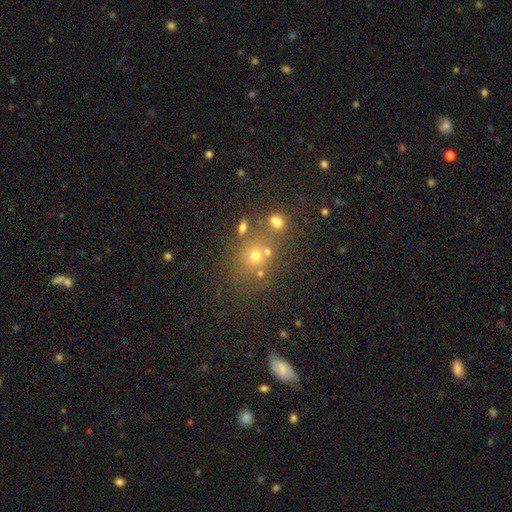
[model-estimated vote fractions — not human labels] Overall: smooth (59%; star or artifact 24%). How rounded: round (73%). Merging: none (58%; merger 25%).